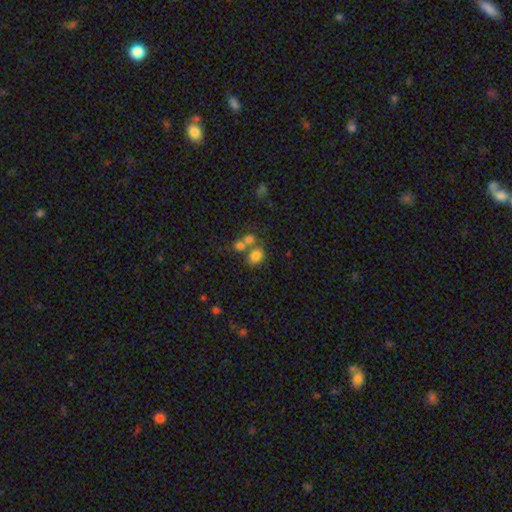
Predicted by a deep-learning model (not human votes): A smooth galaxy with no disk features (75%) that is round (52%).

Vote fractions:
- Smooth or featured? smooth: 75% / star or artifact: 13% / featured or disk: 11%
- How rounded? round: 52% / in between: 47% / cigar-shaped: 1%
- Merging? none: 47% / merger: 37% / minor disturbance: 10% / major disturbance: 5%